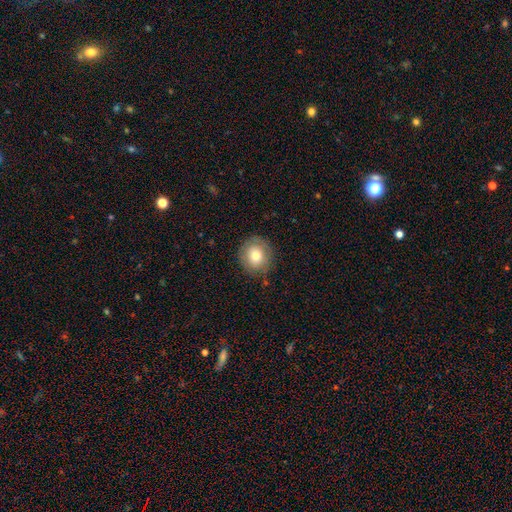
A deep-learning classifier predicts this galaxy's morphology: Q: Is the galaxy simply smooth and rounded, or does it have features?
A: smooth — 72%.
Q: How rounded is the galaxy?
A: round — 84%.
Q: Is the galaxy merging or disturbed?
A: none — 82%.